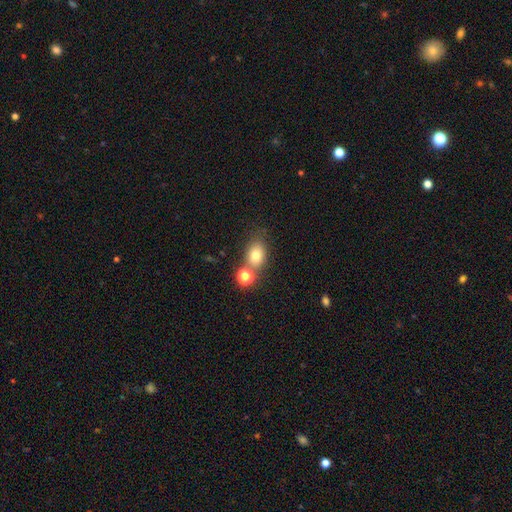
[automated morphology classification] A smooth galaxy with no disk features (76%) that is in between round and cigar-shaped (61%). Merging: none (58%).